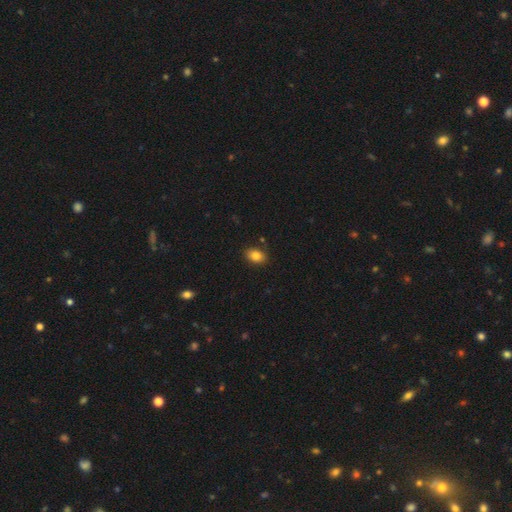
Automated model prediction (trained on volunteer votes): smooth-or-featured: smooth: 83% | star or artifact: 9% | featured or disk: 8%
  how-rounded: in between: 79% | round: 20% | cigar-shaped: 1%
  merging: none: 86% | minor disturbance: 10% | major disturbance: 2% | merger: 2%